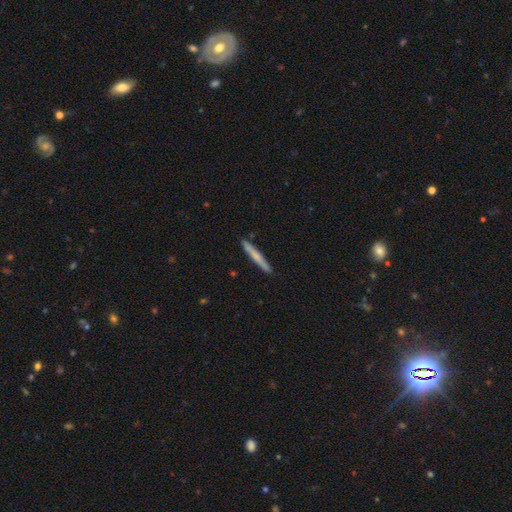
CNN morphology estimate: Overall: smooth (60%; featured or disk 34%). How rounded: cigar-shaped (96%). Merging: none (90%).